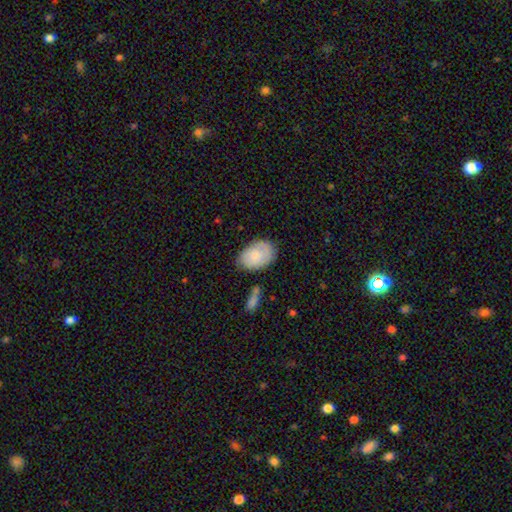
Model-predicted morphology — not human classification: This appears to be a smooth galaxy with no disk features (75%) that is in between round and cigar-shaped (87%). Merging: none (67%).